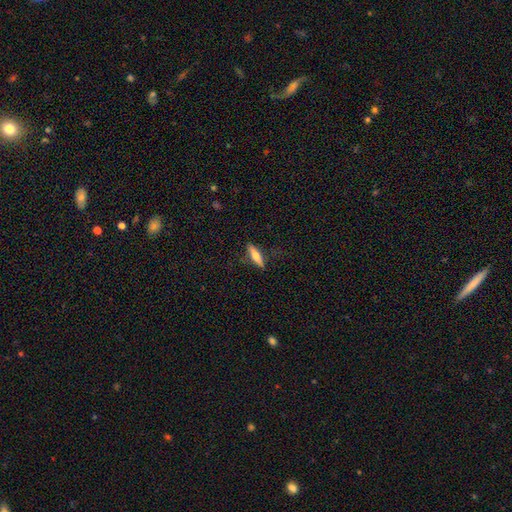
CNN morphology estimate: smooth 57%, featured or disk 37%, star or artifact 6%. Down the decision tree: how rounded — cigar-shaped (75%); merging — none (84%).